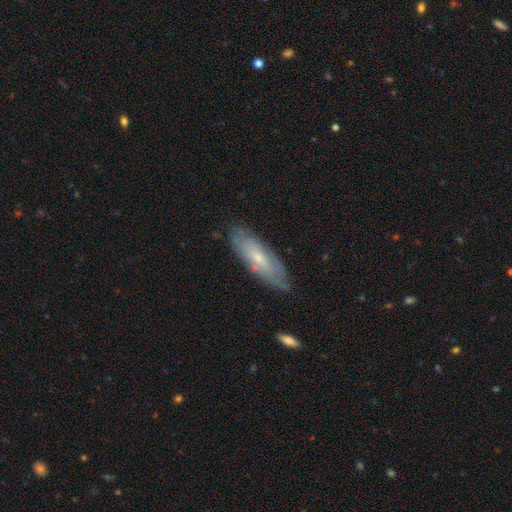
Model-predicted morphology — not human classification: A featured or disk galaxy (49%).

Vote fractions:
- Smooth or featured? featured or disk: 49% / smooth: 40% / star or artifact: 11%
- Merging? none: 84% / minor disturbance: 12% / major disturbance: 2% / merger: 1%